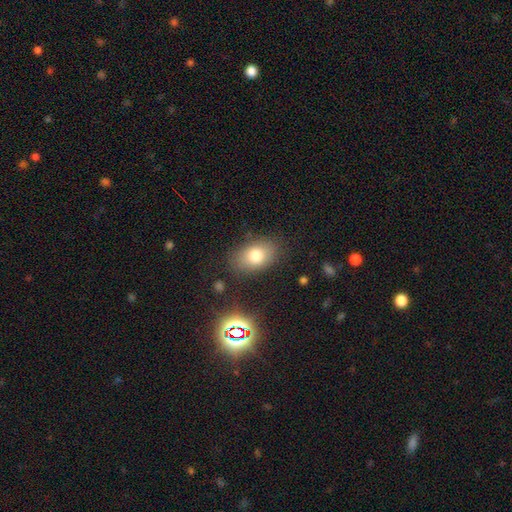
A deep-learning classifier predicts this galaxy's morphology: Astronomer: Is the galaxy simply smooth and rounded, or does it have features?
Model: smooth — 76%.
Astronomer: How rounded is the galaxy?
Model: in between — 81%.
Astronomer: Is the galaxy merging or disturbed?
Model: none — 80%.